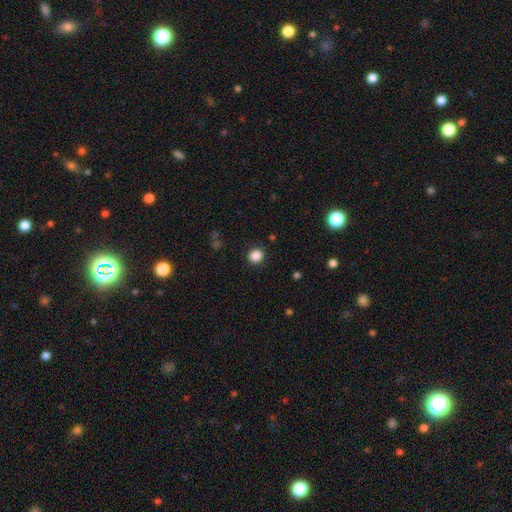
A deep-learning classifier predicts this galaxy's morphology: Overall: smooth (86%). How rounded: round (88%). Merging: none (90%).